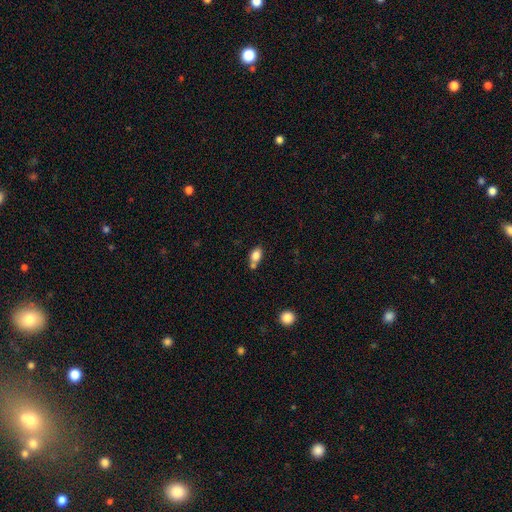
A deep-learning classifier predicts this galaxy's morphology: This is clearly a smooth galaxy (82%). How rounded: clearly in between (82%). Merging: possibly none (50%).